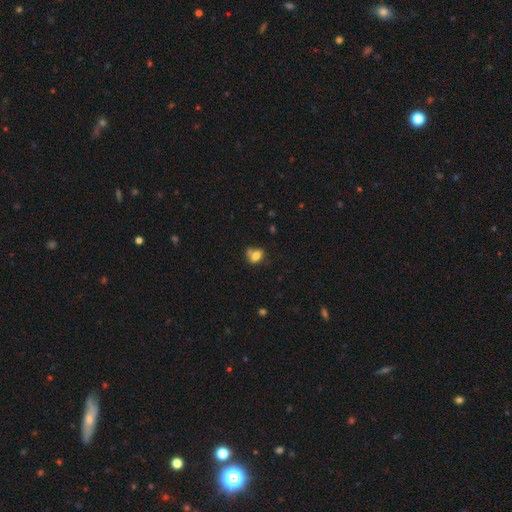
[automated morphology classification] The model was most divided on "merging": none: 42%, merger: 27%, minor disturbance: 22%, major disturbance: 10%. More confident: smooth or featured — smooth (76%); how rounded — in between (60%).